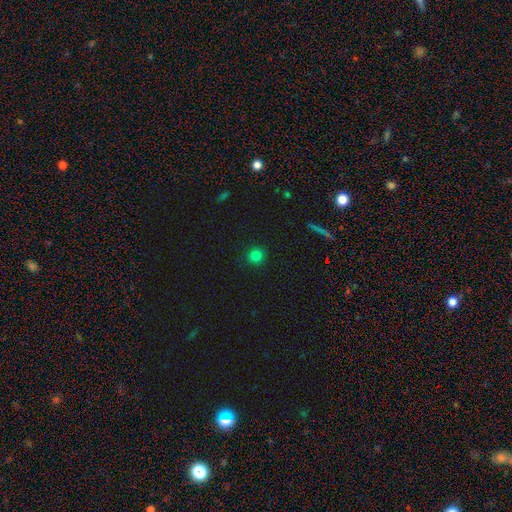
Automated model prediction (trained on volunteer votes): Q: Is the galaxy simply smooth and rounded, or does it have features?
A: smooth — 82%.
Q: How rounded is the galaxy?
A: round — 92%.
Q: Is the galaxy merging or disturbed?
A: none — 90%.